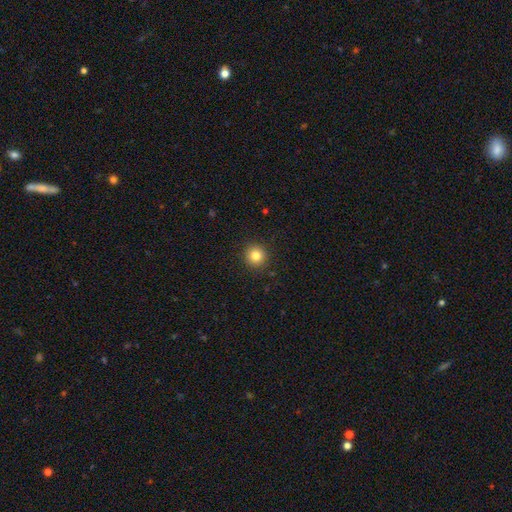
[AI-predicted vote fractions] Smooth or featured? Predicted: smooth (p=0.83). How rounded? Predicted: round (p=0.94). Merging? Predicted: none (p=0.92).